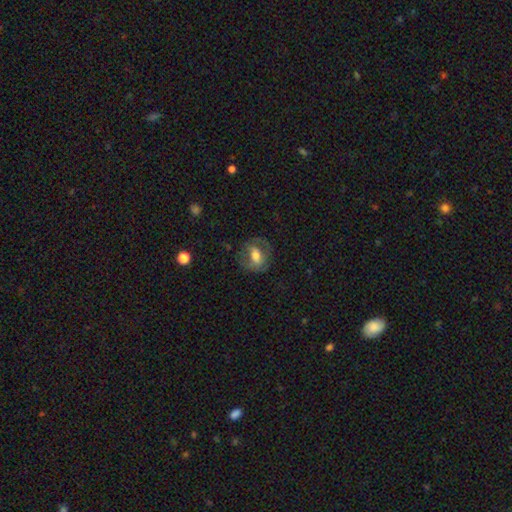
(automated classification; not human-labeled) This is possibly a smooth galaxy (47%). Merging: likely none (63%).